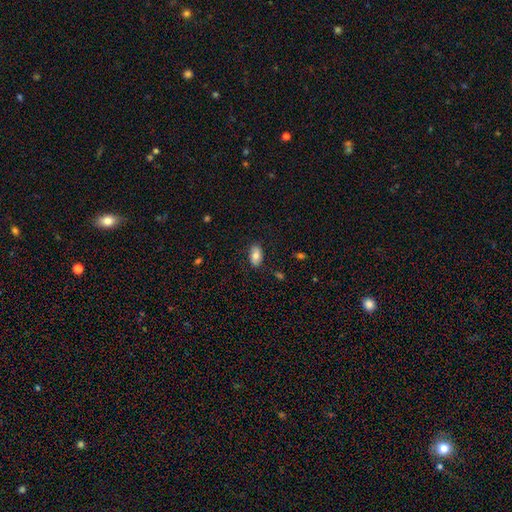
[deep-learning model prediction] Smooth or featured? smooth (74%)
How rounded? in between (93%)
Merging? none (83%)